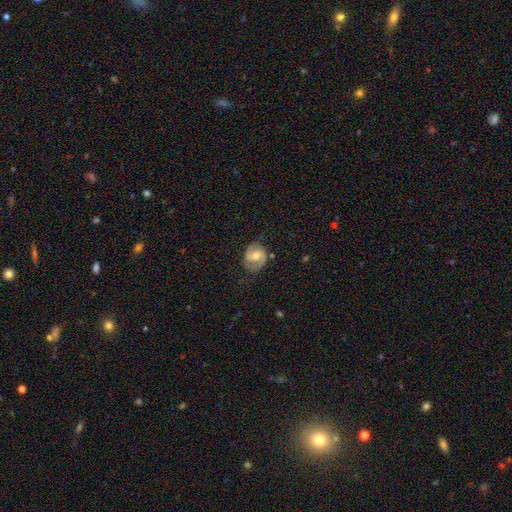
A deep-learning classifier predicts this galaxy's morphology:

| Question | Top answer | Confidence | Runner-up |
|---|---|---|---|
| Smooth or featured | featured or disk | 83% | smooth (11%) |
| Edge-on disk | no | 98% | yes (2%) |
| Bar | weak | 45% | no (40%) |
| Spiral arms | yes | 96% | no (4%) |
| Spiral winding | medium | 46% | tight (44%) |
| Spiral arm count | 2 | 88% | 1 (4%) |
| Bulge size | moderate | 68% | small (24%) |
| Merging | none | 78% | minor disturbance (16%) |